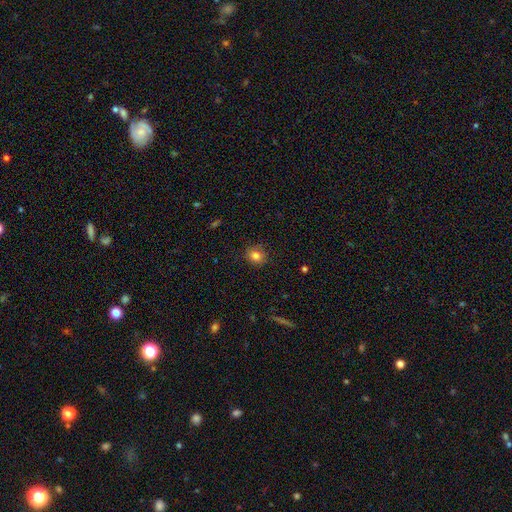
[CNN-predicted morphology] Overall: smooth (82%). How rounded: round (77%). Merging: none (87%).